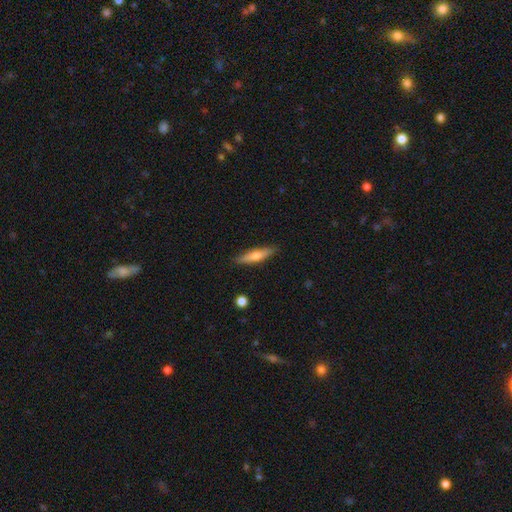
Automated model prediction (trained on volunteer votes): Smooth or featured: featured or disk — 48% (smooth — 46%)
Merging: none — 89% (minor disturbance — 8%)